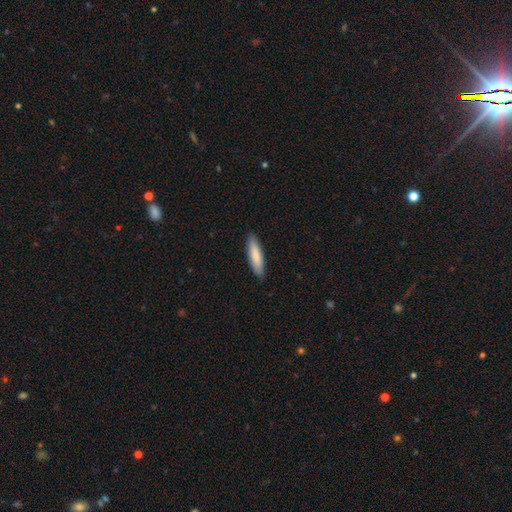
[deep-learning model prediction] Smooth or featured?
  - smooth: 81% *
  - featured or disk: 14%
  - star or artifact: 5%
How rounded?
  - cigar-shaped: 73% *
  - in between: 26%
  - round: 1%
Merging?
  - none: 89% *
  - minor disturbance: 9%
  - major disturbance: 2%
  - merger: 1%